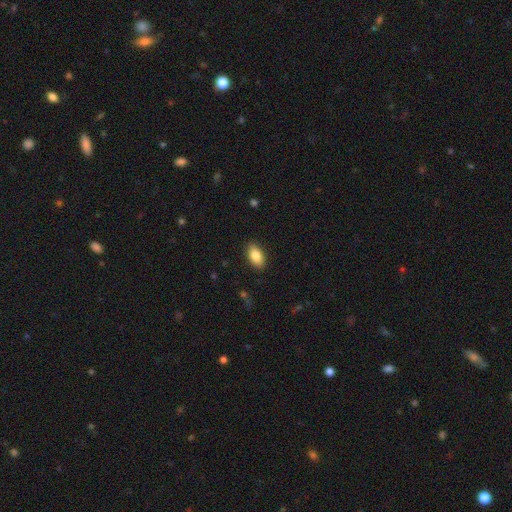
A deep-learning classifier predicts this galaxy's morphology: Smooth or featured: smooth — 85% (featured or disk — 8%)
How rounded: in between — 93% (round — 5%)
Merging: none — 88% (minor disturbance — 8%)